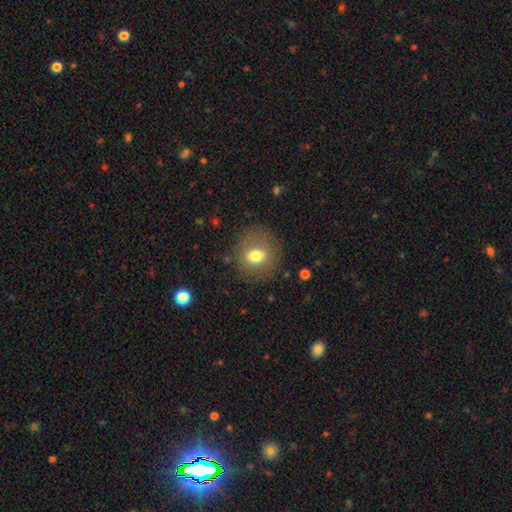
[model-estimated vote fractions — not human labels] Morphology: type=smooth (72%); roundness=round (78%); merging=none (83%).